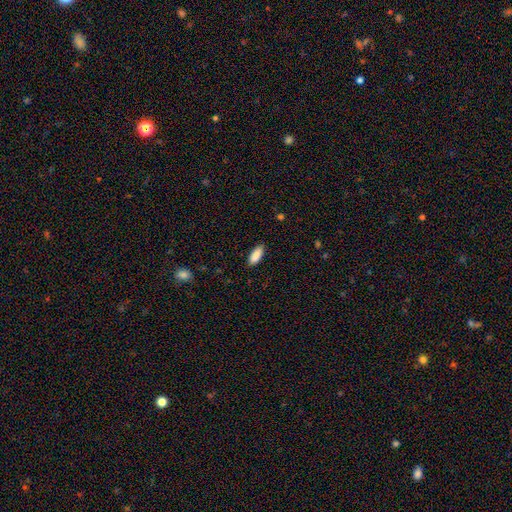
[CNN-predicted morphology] A smooth galaxy with no disk features (90%) that is in between round and cigar-shaped (80%).

Vote fractions:
- Smooth or featured? smooth: 90% / star or artifact: 6% / featured or disk: 4%
- How rounded? in between: 80% / cigar-shaped: 18% / round: 2%
- Merging? none: 86% / minor disturbance: 11% / major disturbance: 2% / merger: 1%